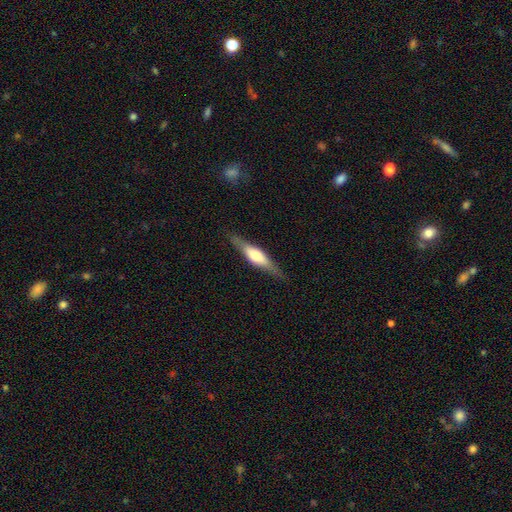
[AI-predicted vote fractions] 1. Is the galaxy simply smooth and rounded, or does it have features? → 58% featured or disk, 37% smooth, 6% star or artifact.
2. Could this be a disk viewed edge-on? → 94% yes, 6% no.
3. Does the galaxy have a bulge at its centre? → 68% rounded, 27% boxy, 5% none.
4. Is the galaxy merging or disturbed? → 84% none, 11% minor disturbance, 3% major disturbance, 1% merger.